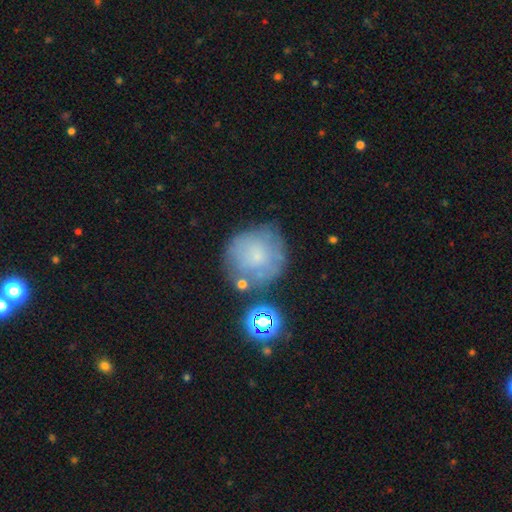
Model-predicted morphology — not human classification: type=smooth (60%); roundness=round (91%); merging=none (62%).